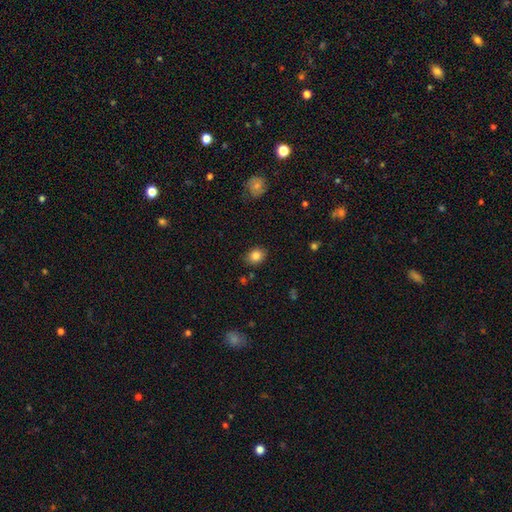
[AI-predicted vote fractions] The model was most divided on "how rounded": in between: 50%, round: 49%, cigar-shaped: 1%. More confident: smooth or featured — smooth (84%); merging — none (84%).